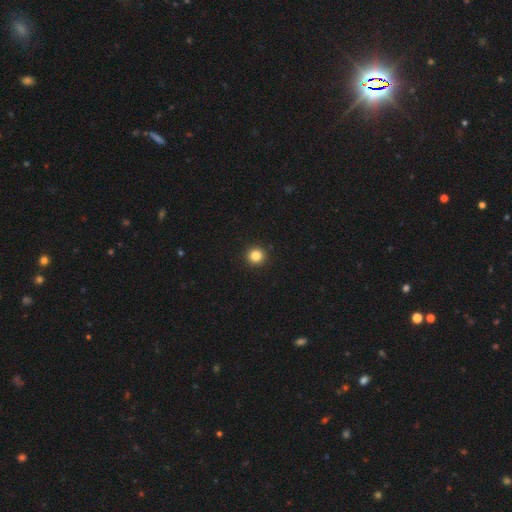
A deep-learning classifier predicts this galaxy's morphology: This is clearly a smooth galaxy (84%). How rounded: clearly round (95%). Merging: clearly none (93%).